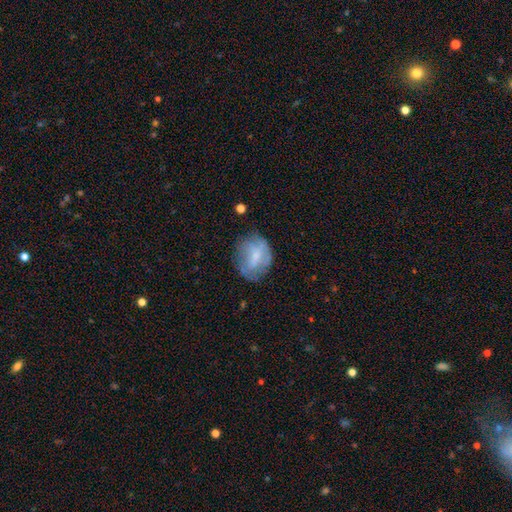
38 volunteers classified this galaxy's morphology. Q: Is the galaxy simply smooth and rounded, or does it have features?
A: featured or disk — 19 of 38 (50%).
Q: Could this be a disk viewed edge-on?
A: no — 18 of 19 (95%).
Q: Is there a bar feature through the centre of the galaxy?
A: strong — 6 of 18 (33%, tied with weak and no).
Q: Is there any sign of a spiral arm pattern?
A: no — 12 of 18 (67%).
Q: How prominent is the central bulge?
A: moderate — 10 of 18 (56%).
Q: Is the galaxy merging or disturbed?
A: none — 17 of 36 (47%).